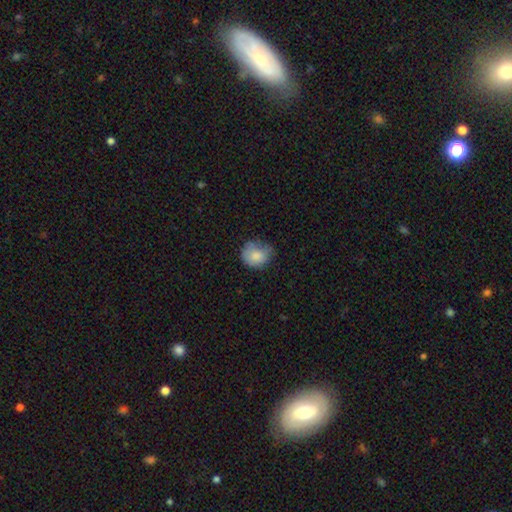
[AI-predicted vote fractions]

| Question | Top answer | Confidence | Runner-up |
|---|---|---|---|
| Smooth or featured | smooth | 80% | featured or disk (12%) |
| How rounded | round | 71% | in between (29%) |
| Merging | none | 49% | minor disturbance (35%) |